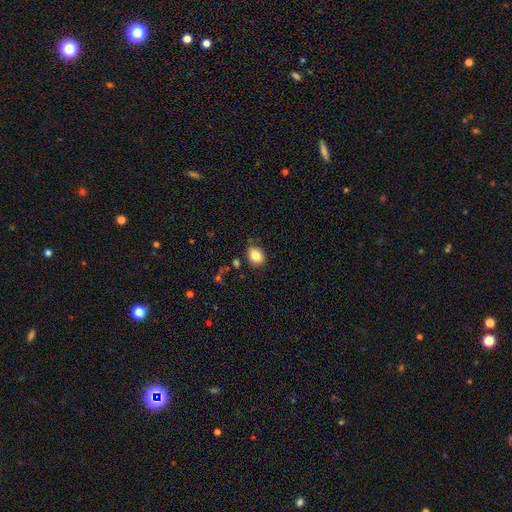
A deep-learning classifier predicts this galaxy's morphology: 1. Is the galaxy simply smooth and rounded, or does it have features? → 83% smooth, 9% star or artifact, 8% featured or disk.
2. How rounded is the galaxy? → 58% in between, 41% round, 1% cigar-shaped.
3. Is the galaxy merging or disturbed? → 79% none, 15% minor disturbance, 4% major disturbance, 3% merger.